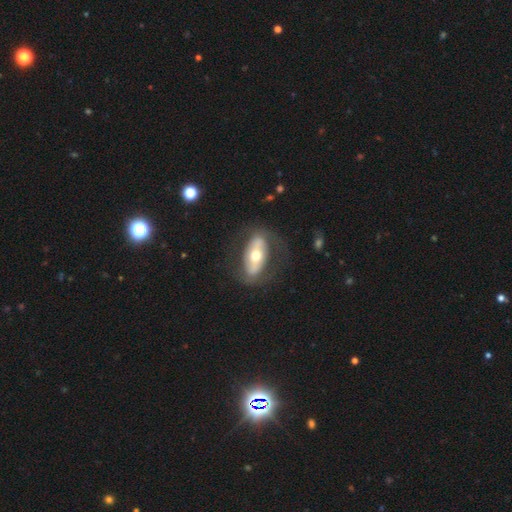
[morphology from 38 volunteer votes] A featured or disk galaxy (61%) with a strong bar (42%), no spiral arms (79%) and a moderate central bulge (63%).

Vote fractions:
- Smooth or featured? featured or disk: 61% / smooth: 32% / star or artifact: 8%
- Edge-on disk? no: 83% / yes: 17%
- Bar? strong: 42% / weak: 32% / no: 26%
- Spiral arms? no: 79% / yes: 21%
- Bulge size? moderate: 63% / small: 21% / large: 16% / dominant: 0% / none: 0%
- Merging? none: 74% / minor disturbance: 17% / major disturbance: 9% / merger: 0%